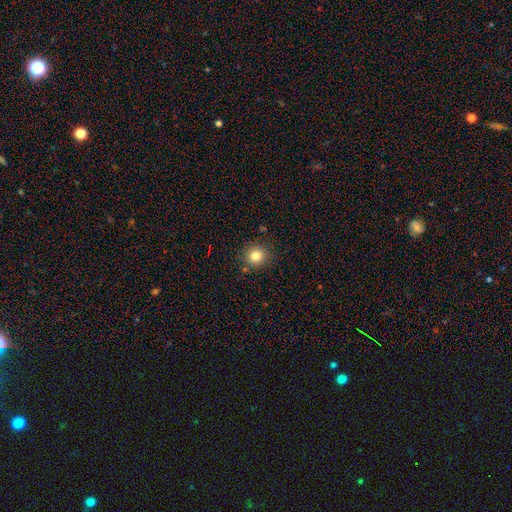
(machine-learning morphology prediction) A smooth galaxy with no disk features (82%) that is round (90%). Merging: none (87%).